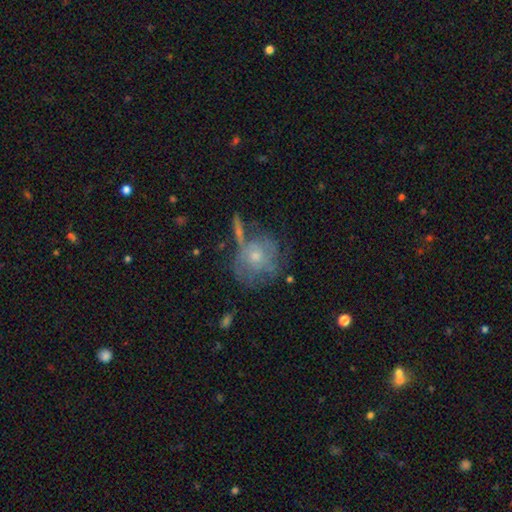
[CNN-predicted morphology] type=featured or disk (53%); edge-on=no (95%); bar=no (86%); spiral arms=yes (51%); bulge=moderate (48%); merging=none (50%).